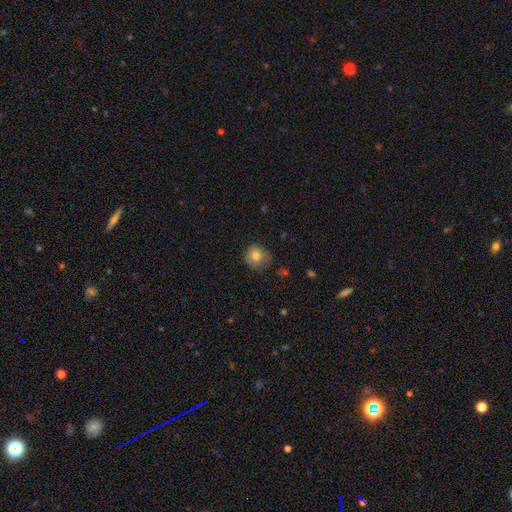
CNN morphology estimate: Smooth or featured: smooth — 77% (featured or disk — 14%)
How rounded: round — 81% (in between — 18%)
Merging: none — 61% (minor disturbance — 28%)